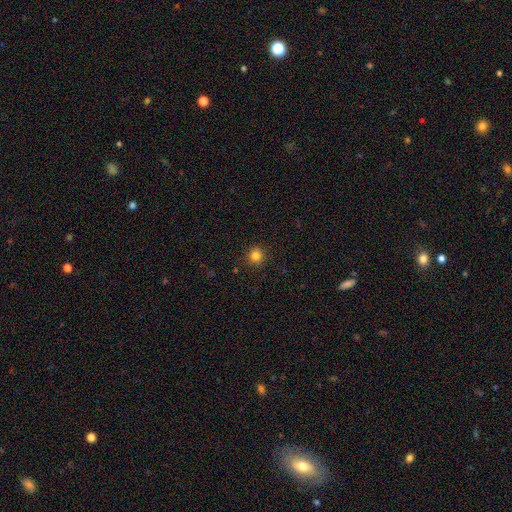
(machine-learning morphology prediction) A smooth galaxy with no disk features (82%) that is round (93%). Merging: none (91%).